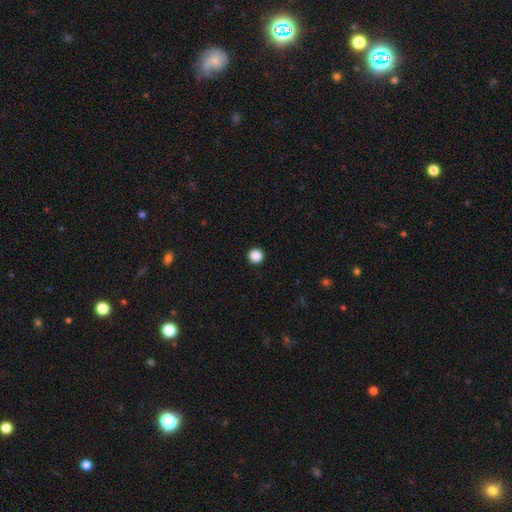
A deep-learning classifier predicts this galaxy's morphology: Overall: smooth (88%). How rounded: round (96%). Merging: none (93%).